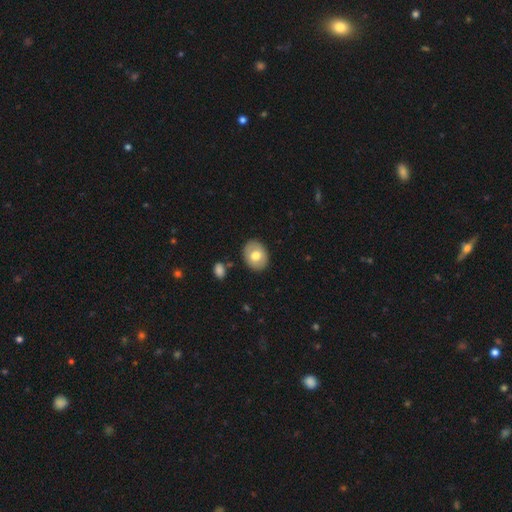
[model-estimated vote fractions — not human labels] Smooth or featured? smooth (69%)
How rounded? round (50%)
Merging? none (87%)